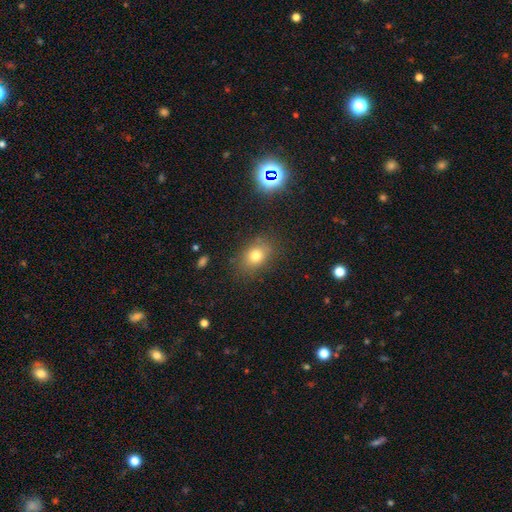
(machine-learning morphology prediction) Smooth or featured? Predicted: smooth (p=0.75). How rounded? Predicted: in between (p=0.62). Merging? Predicted: none (p=0.80).